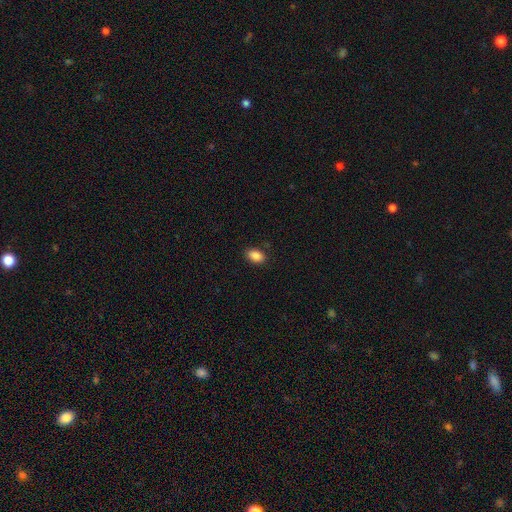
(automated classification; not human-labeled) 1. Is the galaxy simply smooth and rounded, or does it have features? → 88% smooth, 8% star or artifact, 4% featured or disk.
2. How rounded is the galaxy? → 89% in between, 10% round, 1% cigar-shaped.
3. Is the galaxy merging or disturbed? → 87% none, 9% minor disturbance, 2% major disturbance, 1% merger.